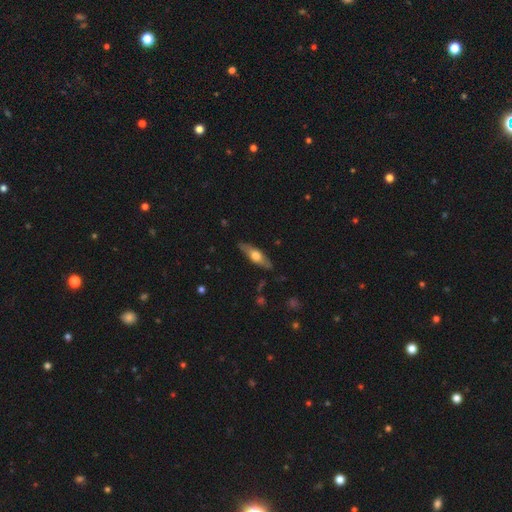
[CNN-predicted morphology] This is possibly a featured or disk galaxy (48%). Merging: clearly none (84%).